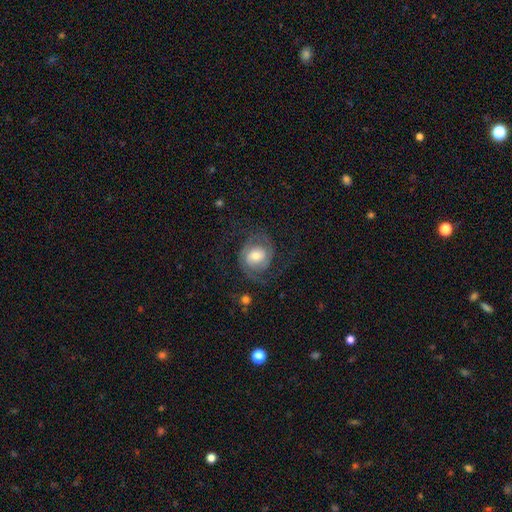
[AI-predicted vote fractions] smooth-or-featured: featured or disk: 80% | smooth: 14% | star or artifact: 7%
  disk-edge-on: no: 98% | yes: 2%
    bar: no: 61% | weak: 31% | strong: 8%
    has-spiral-arms: yes: 95% | no: 5%
      spiral-winding: medium: 45% | tight: 35% | loose: 20%
      spiral-arm-count: 2: 83% | can't tell: 6% | 3: 4% | 1: 3% | 4: 2% | more than 4: 2%
    bulge-size: moderate: 55% | small: 28% | large: 12% | dominant: 2% | none: 2%
  merging: none: 69% | major disturbance: 16% | minor disturbance: 14% | merger: 1%